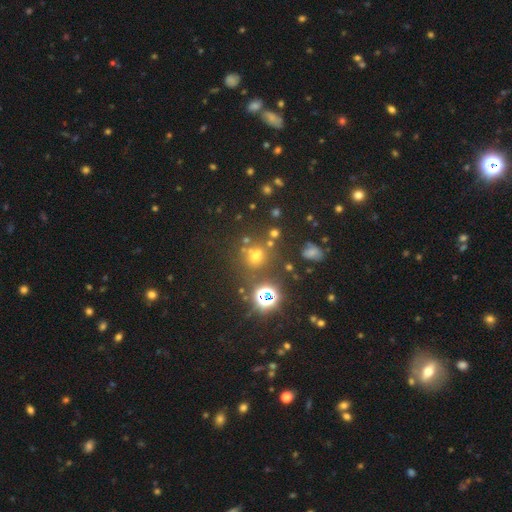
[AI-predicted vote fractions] Smooth or featured? star or artifact (45%, tied with smooth)